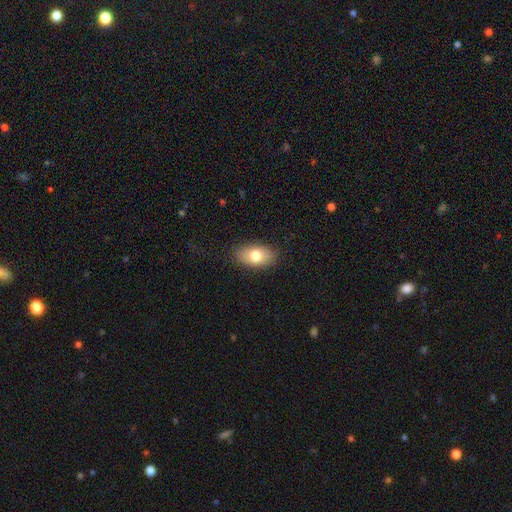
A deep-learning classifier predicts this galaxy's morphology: This appears to be a smooth galaxy with no disk features (75%) that is in between round and cigar-shaped (90%). Merging: none (85%).